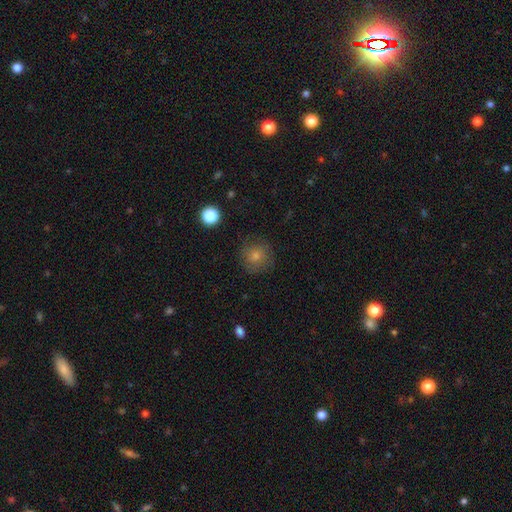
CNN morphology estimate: smooth-or-featured: smooth: 65% | featured or disk: 17% | star or artifact: 17%
  how-rounded: round: 94% | in between: 5% | cigar-shaped: 1%
  merging: none: 85% | minor disturbance: 10% | major disturbance: 4% | merger: 1%